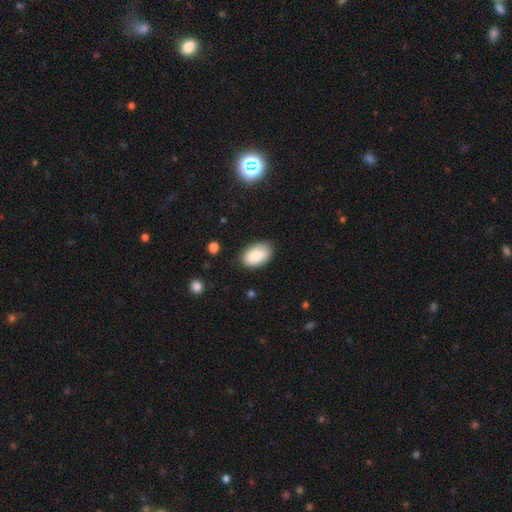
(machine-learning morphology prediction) Smooth or featured?
  - smooth: 86% *
  - featured or disk: 7%
  - star or artifact: 7%
How rounded?
  - in between: 93% *
  - round: 6%
  - cigar-shaped: 1%
Merging?
  - none: 82% *
  - minor disturbance: 14%
  - major disturbance: 3%
  - merger: 1%